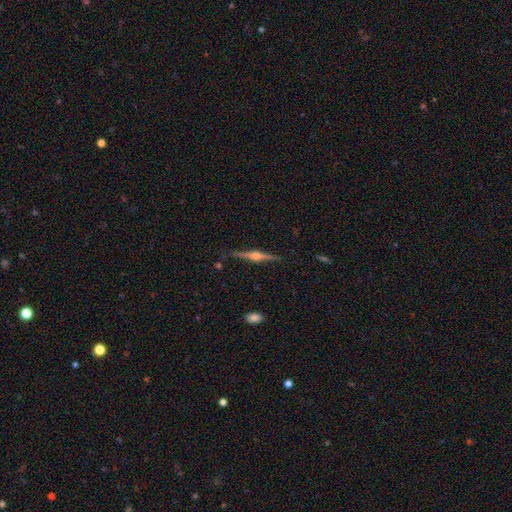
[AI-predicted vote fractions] smooth-or-featured: featured or disk: 82% | smooth: 12% | star or artifact: 6%
  disk-edge-on: yes: 98% | no: 2%
    edge-on-bulge: rounded: 93% | boxy: 5% | none: 2%
  merging: none: 88% | minor disturbance: 8% | major disturbance: 2% | merger: 1%